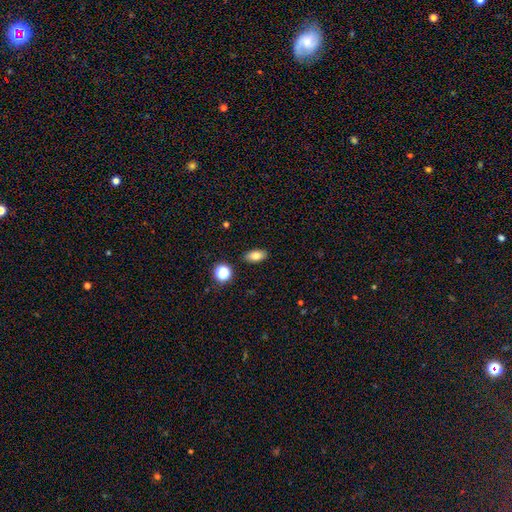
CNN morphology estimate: Smooth or featured?
  - smooth: 80% *
  - star or artifact: 10%
  - featured or disk: 9%
How rounded?
  - in between: 89% *
  - round: 8%
  - cigar-shaped: 4%
Merging?
  - none: 87% *
  - minor disturbance: 9%
  - major disturbance: 2%
  - merger: 2%